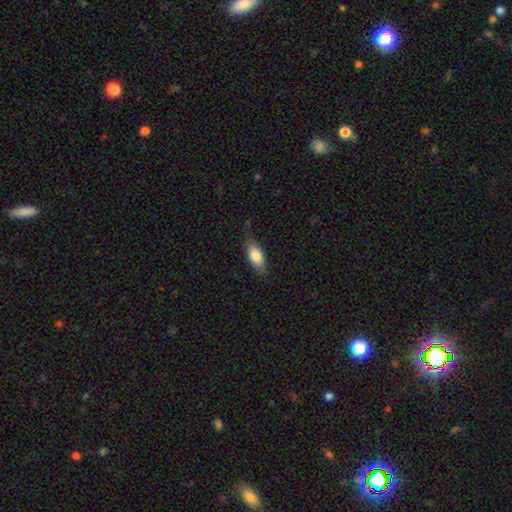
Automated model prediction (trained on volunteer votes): Smooth or featured? Predicted: smooth (p=0.80). How rounded? Predicted: in between (p=0.83). Merging? Predicted: none (p=0.67).